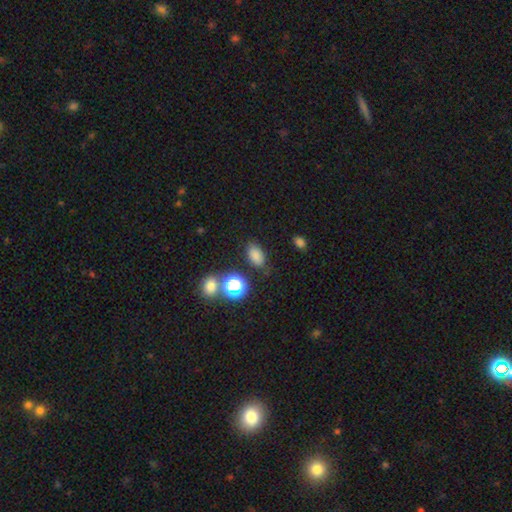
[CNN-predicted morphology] Smooth or featured? Predicted: smooth (p=0.76). How rounded? Predicted: in between (p=0.86). Merging? Predicted: none (p=0.78).